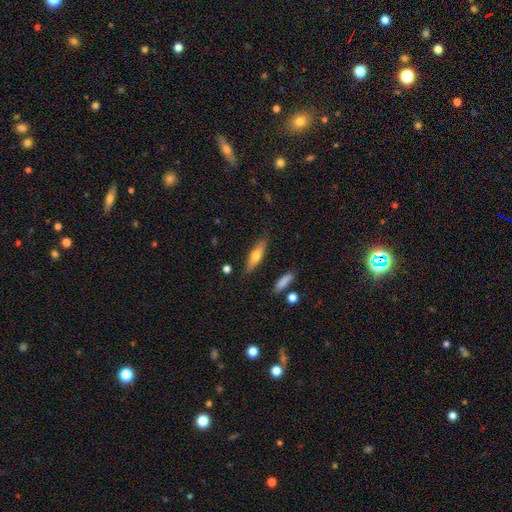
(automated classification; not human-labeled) This is likely a smooth galaxy (63%). How rounded: possibly cigar-shaped (60%). Merging: clearly none (85%).